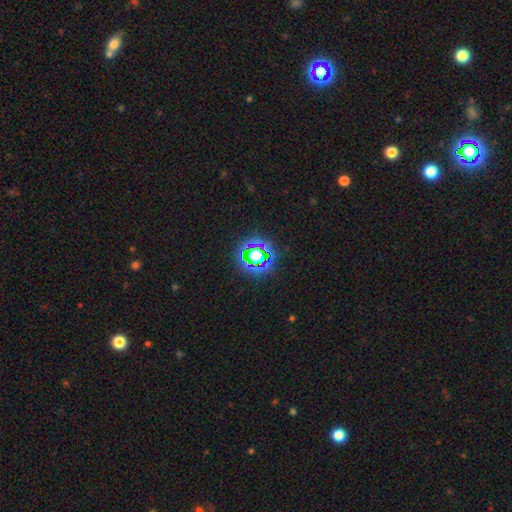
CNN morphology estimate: The model was most divided on "smooth or featured": star or artifact: 62%, smooth: 25%, featured or disk: 13%.